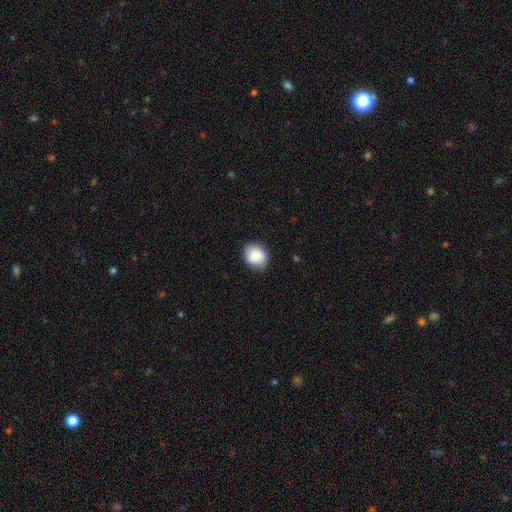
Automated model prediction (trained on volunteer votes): This is clearly a smooth galaxy (88%). How rounded: possibly round (60%). Merging: clearly none (84%).